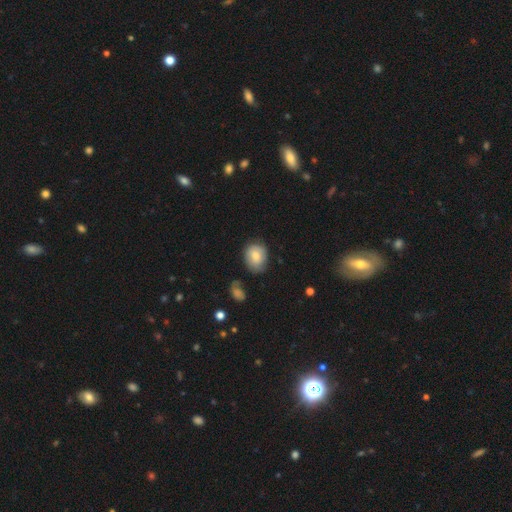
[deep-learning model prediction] A smooth galaxy with no disk features (75%) that is round (51%). Merging: none (62%).